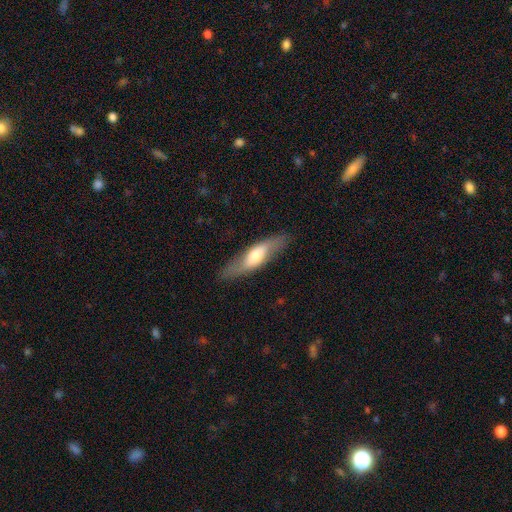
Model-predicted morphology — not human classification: Smooth or featured?
  - featured or disk: 49% *
  - smooth: 46%
  - star or artifact: 6%
Merging?
  - none: 83% *
  - minor disturbance: 12%
  - major disturbance: 4%
  - merger: 1%